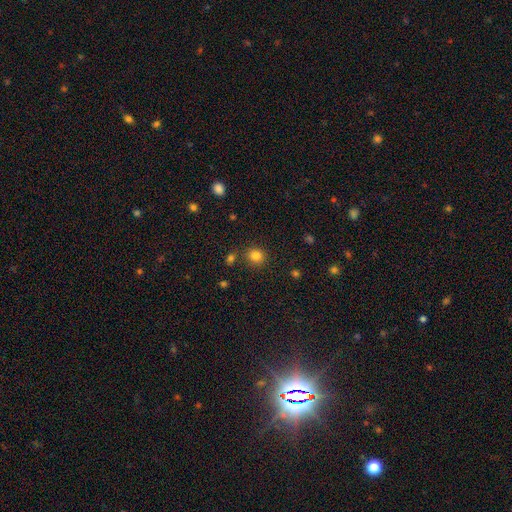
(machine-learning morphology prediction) The model was most divided on "how rounded": round: 81%, in between: 18%, cigar-shaped: 1%. More confident: smooth or featured — smooth (83%); merging — none (81%).